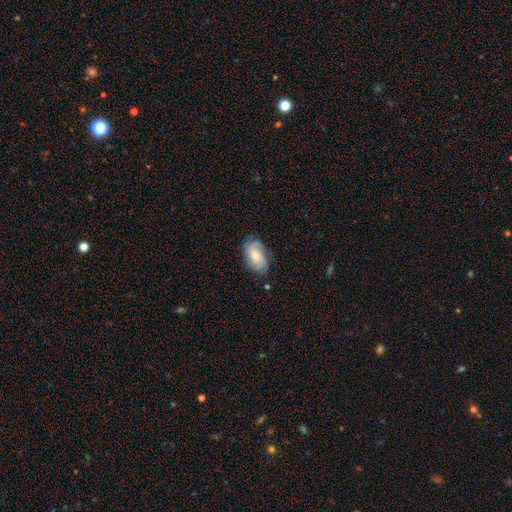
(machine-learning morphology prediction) This is possibly a smooth galaxy (52%). How rounded: clearly in between (91%). Merging: likely none (73%).